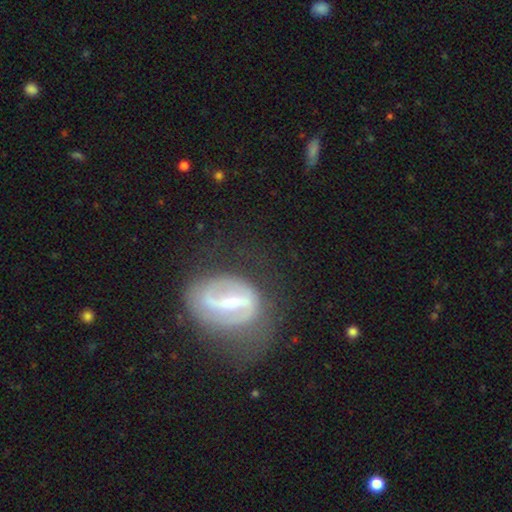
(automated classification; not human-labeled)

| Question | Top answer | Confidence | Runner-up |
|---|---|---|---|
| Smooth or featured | featured or disk | 74% | smooth (15%) |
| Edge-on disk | no | 87% | yes (13%) |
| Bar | strong | 65% | weak (23%) |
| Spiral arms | yes | 57% | no (43%) |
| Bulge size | small | 46% | moderate (42%) |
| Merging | none | 66% | minor disturbance (17%) |